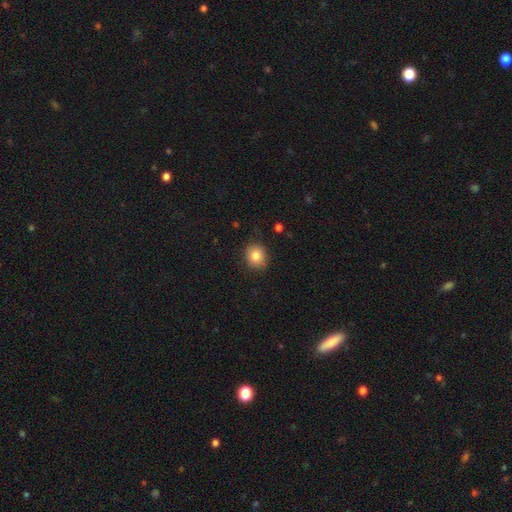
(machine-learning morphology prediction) smooth-or-featured: smooth: 84% | star or artifact: 10% | featured or disk: 7%
  how-rounded: round: 77% | in between: 22% | cigar-shaped: 1%
  merging: none: 85% | minor disturbance: 11% | major disturbance: 3% | merger: 1%